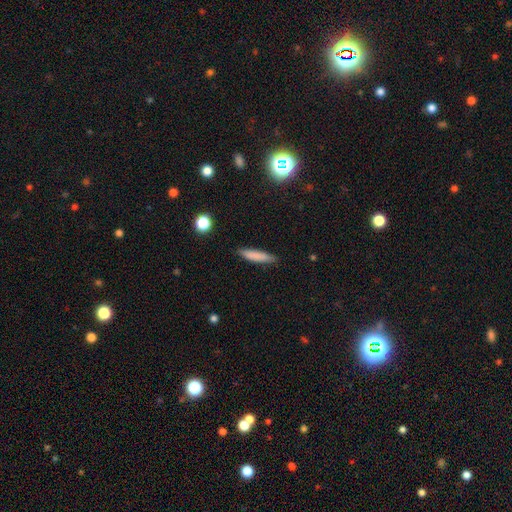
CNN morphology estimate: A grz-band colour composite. It shows a smooth galaxy with no disk features (81%) that is cigar-shaped (83%). Merging: none (86%).